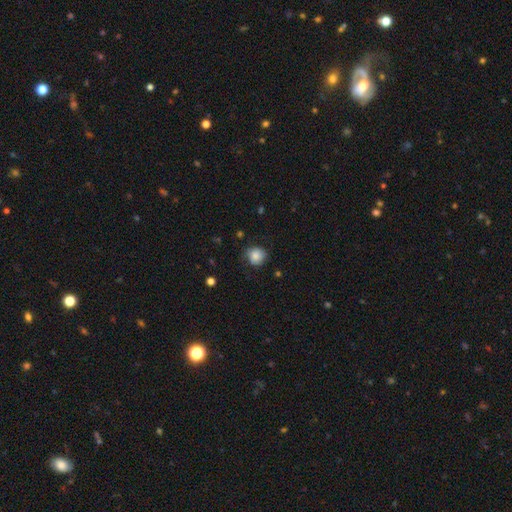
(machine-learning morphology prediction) Smooth or featured?
  - smooth: 79% *
  - featured or disk: 13%
  - star or artifact: 8%
How rounded?
  - round: 84% *
  - in between: 15%
  - cigar-shaped: 1%
Merging?
  - none: 67% *
  - minor disturbance: 24%
  - major disturbance: 8%
  - merger: 1%